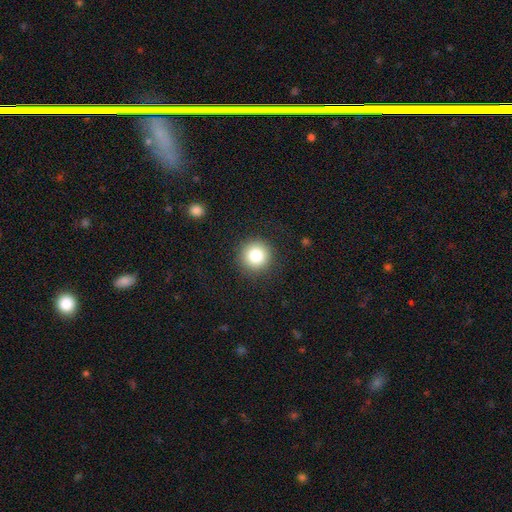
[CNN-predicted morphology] Smooth or featured? smooth (84%)
How rounded? round (95%)
Merging? none (90%)